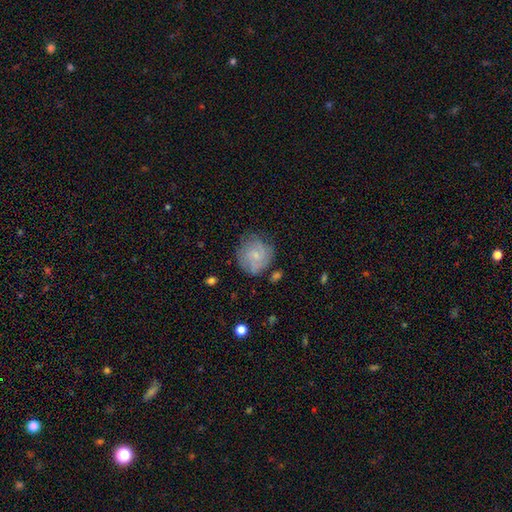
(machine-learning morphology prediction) Smooth or featured? featured or disk (47%)
Merging? none (67%)